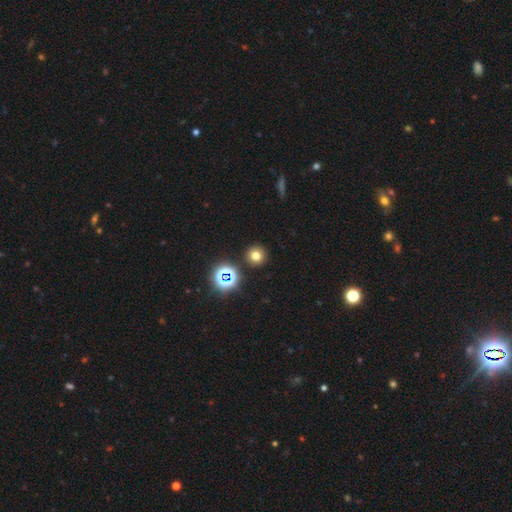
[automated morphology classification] A smooth galaxy with no disk features (71%) that is round (93%).

Vote fractions:
- Smooth or featured? smooth: 71% / star or artifact: 21% / featured or disk: 8%
- How rounded? round: 93% / in between: 6% / cigar-shaped: 1%
- Merging? none: 90% / minor disturbance: 5% / merger: 3% / major disturbance: 2%